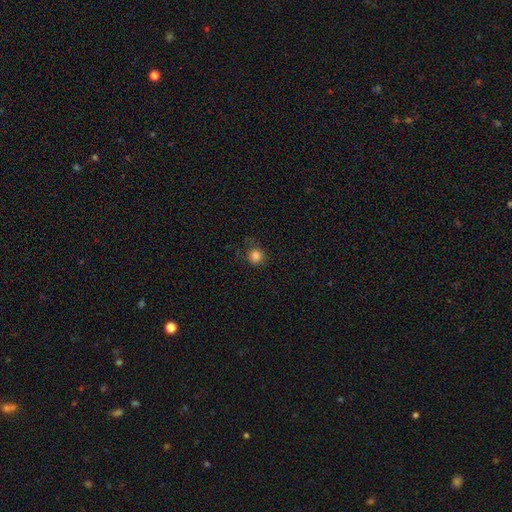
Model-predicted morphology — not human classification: Overall: smooth (83%). How rounded: round (89%). Merging: none (78%).